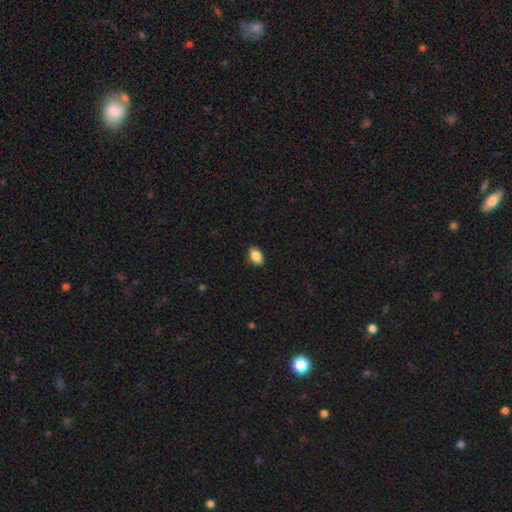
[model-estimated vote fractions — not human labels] smooth_or_featured: smooth (p=0.86) [alt: star or artifact p=0.08]
how_rounded: in between (p=0.89) [alt: round p=0.09]
merging: none (p=0.86) [alt: minor disturbance p=0.11]